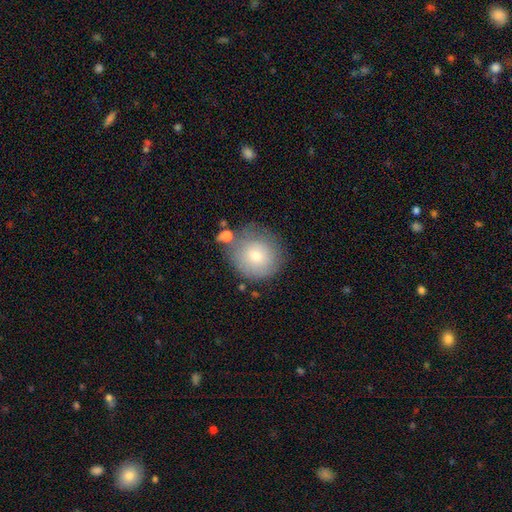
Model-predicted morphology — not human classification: This is likely a smooth galaxy (75%). How rounded: clearly round (92%). Merging: likely none (70%).